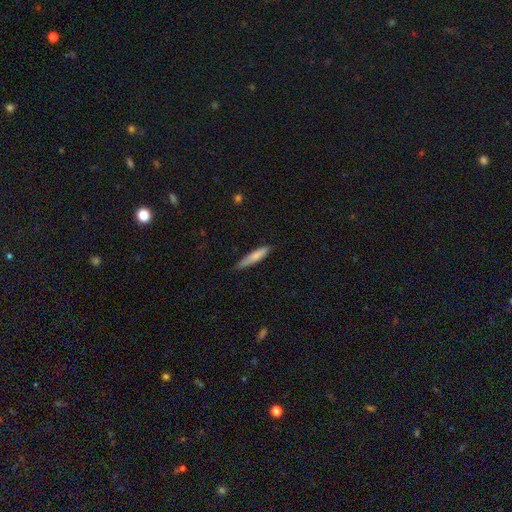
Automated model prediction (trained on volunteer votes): Smooth or featured: smooth — 76% (featured or disk — 18%)
How rounded: cigar-shaped — 86% (in between — 13%)
Merging: none — 76% (minor disturbance — 20%)